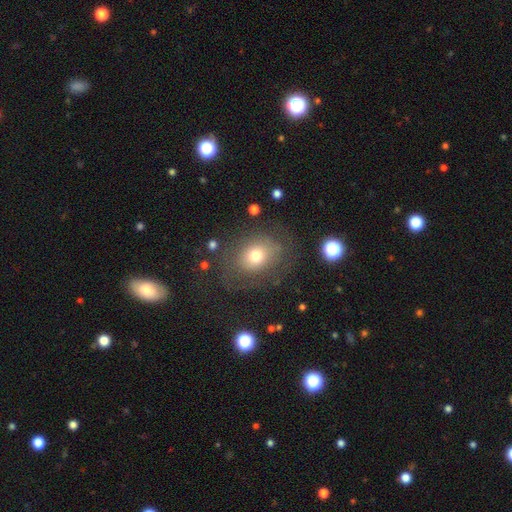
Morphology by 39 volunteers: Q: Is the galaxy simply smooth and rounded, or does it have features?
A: smooth — 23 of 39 (59%).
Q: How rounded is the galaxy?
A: round — 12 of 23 (52%).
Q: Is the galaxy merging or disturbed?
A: none — 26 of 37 (70%).